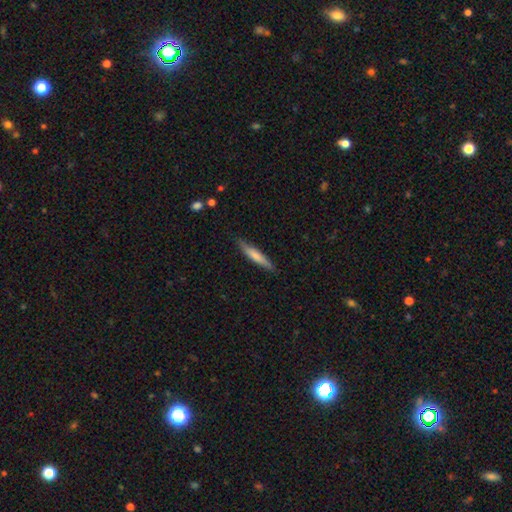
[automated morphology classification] This is likely a smooth galaxy (69%). How rounded: clearly cigar-shaped (91%). Merging: clearly none (86%).